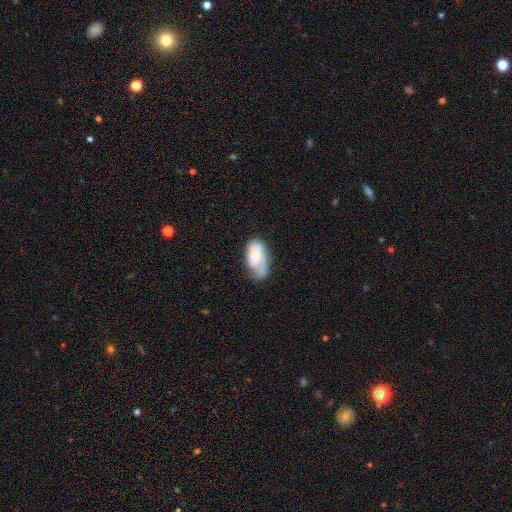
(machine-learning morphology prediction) Smooth or featured: smooth — 51% (featured or disk — 43%)
How rounded: in between — 93% (round — 4%)
Merging: none — 42% (minor disturbance — 33%)